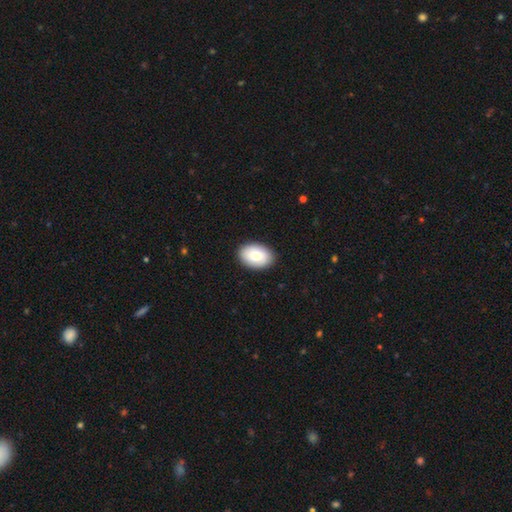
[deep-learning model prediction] This is likely a smooth galaxy (77%). How rounded: clearly in between (86%). Merging: clearly none (89%).